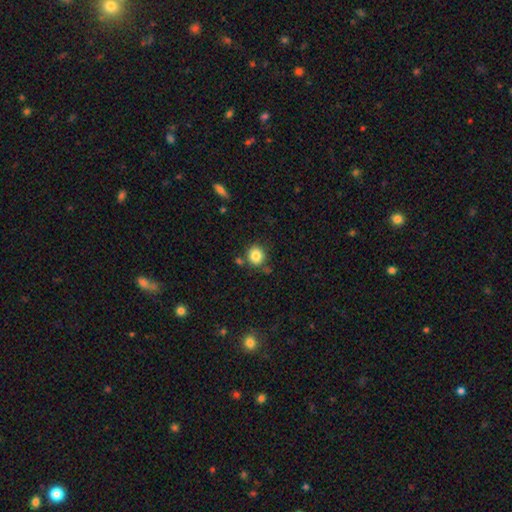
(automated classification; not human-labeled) Smooth or featured?
  - smooth: 84% *
  - star or artifact: 10%
  - featured or disk: 5%
How rounded?
  - round: 85% *
  - in between: 14%
  - cigar-shaped: 1%
Merging?
  - none: 77% *
  - minor disturbance: 11%
  - merger: 9%
  - major disturbance: 3%